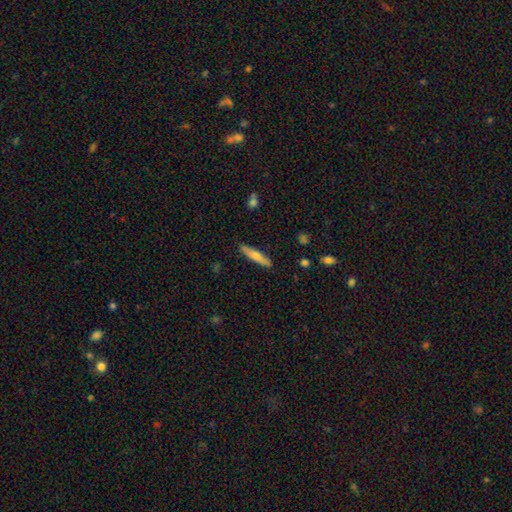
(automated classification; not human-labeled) Smooth or featured: smooth — 56% (featured or disk — 38%)
How rounded: cigar-shaped — 87% (in between — 11%)
Merging: none — 89% (minor disturbance — 8%)